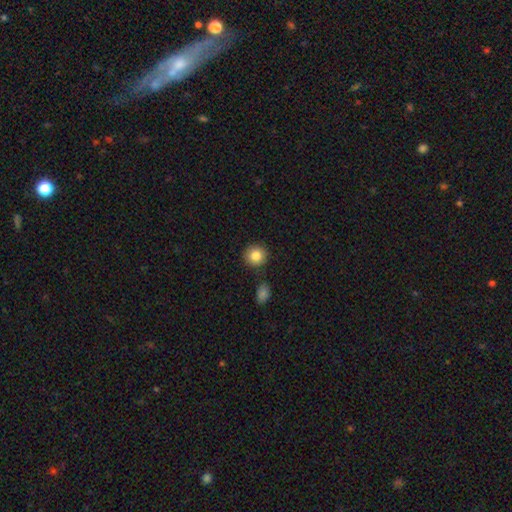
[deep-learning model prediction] Overall: smooth (85%). How rounded: round (91%). Merging: none (86%).